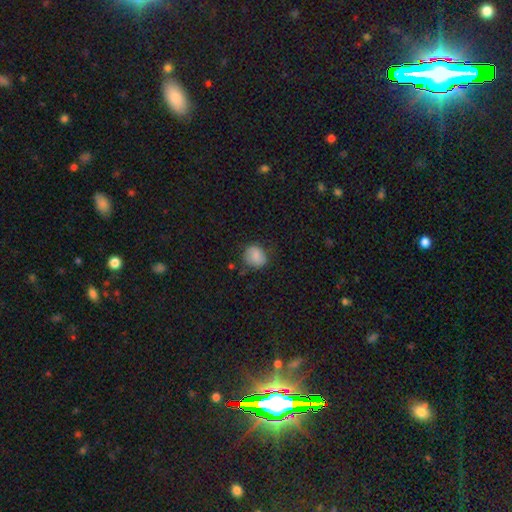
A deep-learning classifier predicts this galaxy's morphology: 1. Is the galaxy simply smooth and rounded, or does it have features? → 79% smooth, 12% featured or disk, 9% star or artifact.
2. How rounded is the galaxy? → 69% round, 30% in between, 1% cigar-shaped.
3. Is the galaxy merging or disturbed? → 69% none, 22% minor disturbance, 7% major disturbance, 2% merger.